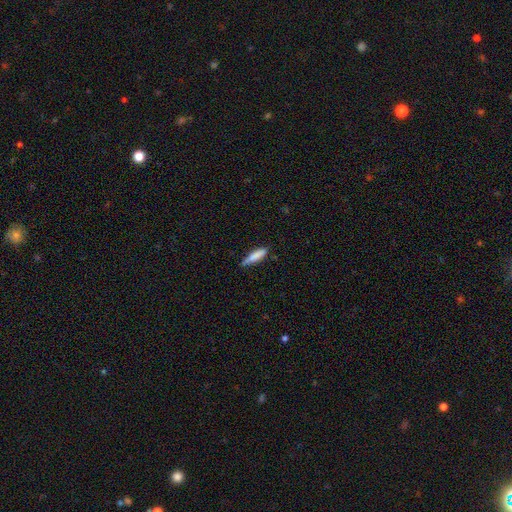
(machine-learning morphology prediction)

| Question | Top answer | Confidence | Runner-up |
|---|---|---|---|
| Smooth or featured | smooth | 80% | featured or disk (14%) |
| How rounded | cigar-shaped | 76% | in between (23%) |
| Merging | none | 66% | minor disturbance (27%) |